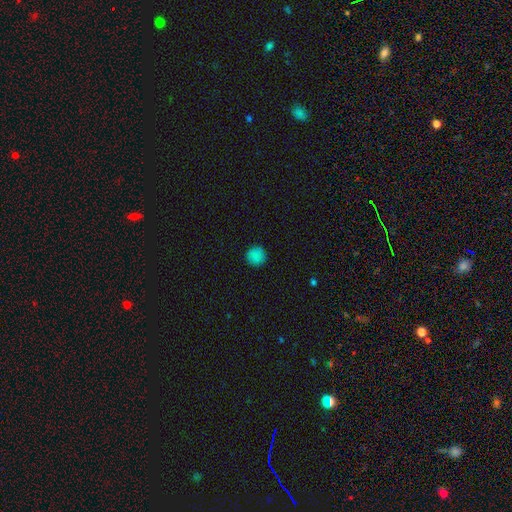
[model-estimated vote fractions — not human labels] smooth-or-featured: smooth: 86% | star or artifact: 11% | featured or disk: 3%
  how-rounded: round: 95% | in between: 4% | cigar-shaped: 1%
  merging: none: 91% | minor disturbance: 6% | major disturbance: 2% | merger: 1%